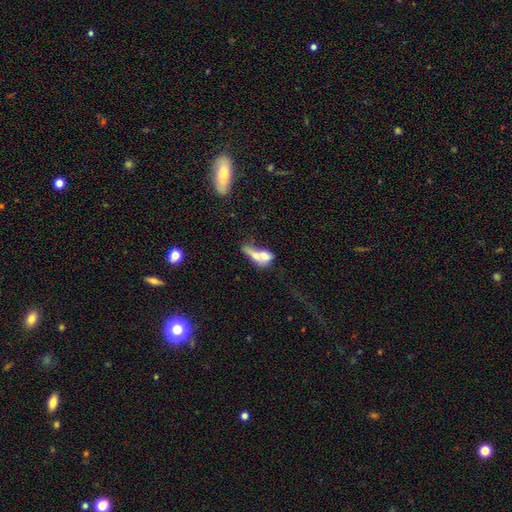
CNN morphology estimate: This appears to be a smooth galaxy with no disk features (58%) that is in between round and cigar-shaped (58%). Merging: merger (64%).